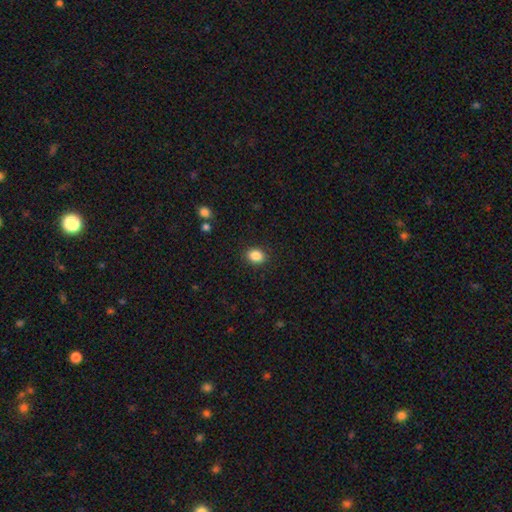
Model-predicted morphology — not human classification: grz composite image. It shows a smooth galaxy with no disk features (86%) that is in between round and cigar-shaped (57%). Merging: none (89%).